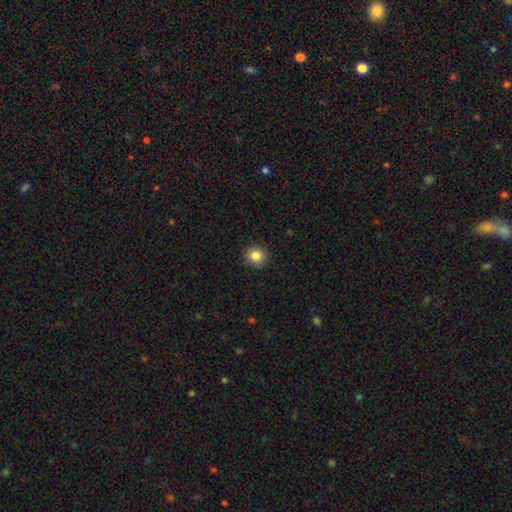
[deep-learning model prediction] smooth-or-featured: smooth: 85% | star or artifact: 10% | featured or disk: 5%
  how-rounded: round: 86% | in between: 13% | cigar-shaped: 1%
  merging: none: 90% | minor disturbance: 7% | major disturbance: 2% | merger: 1%